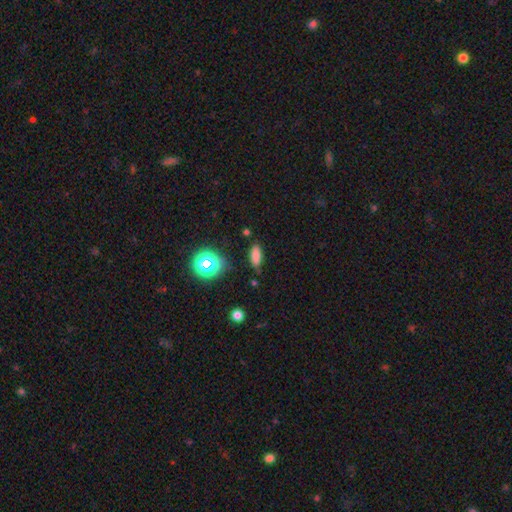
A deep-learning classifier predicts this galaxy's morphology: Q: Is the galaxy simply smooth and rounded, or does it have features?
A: smooth — 76%.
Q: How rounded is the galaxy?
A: in between — 73%.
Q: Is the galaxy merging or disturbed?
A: none — 76%.